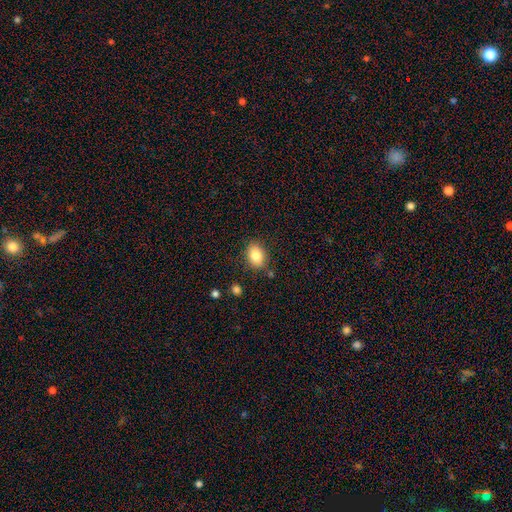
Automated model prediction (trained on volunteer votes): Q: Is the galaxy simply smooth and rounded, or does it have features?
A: smooth — 83%.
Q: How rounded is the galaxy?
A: in between — 78%.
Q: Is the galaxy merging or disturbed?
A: none — 82%.